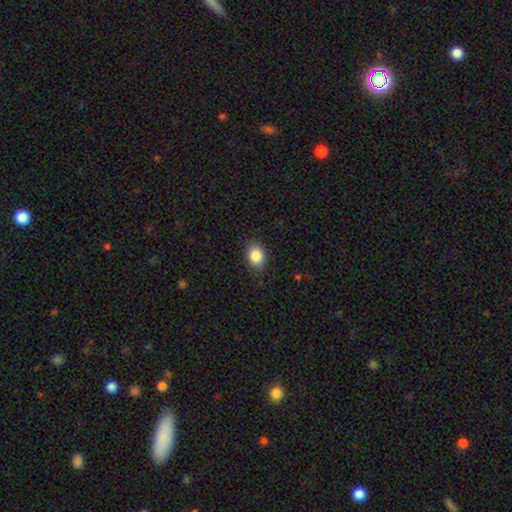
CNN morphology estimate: The model was most divided on "how rounded": in between: 71%, round: 28%, cigar-shaped: 1%. More confident: smooth or featured — smooth (87%); merging — none (85%).